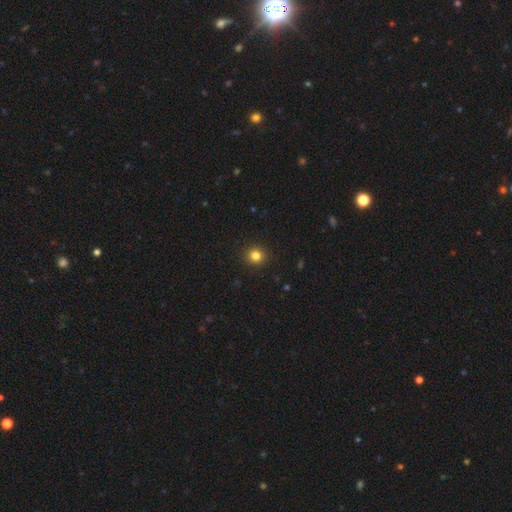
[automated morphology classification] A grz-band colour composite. It shows a smooth galaxy with no disk features (82%) that is round (91%). Merging: none (92%).